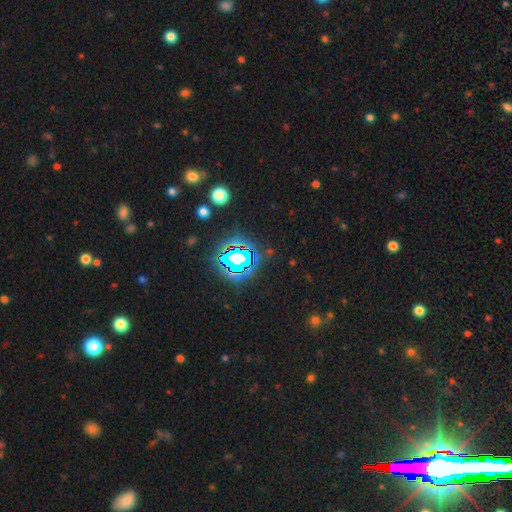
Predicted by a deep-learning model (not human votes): This appears to be a star or artifact, not a galaxy (81%).